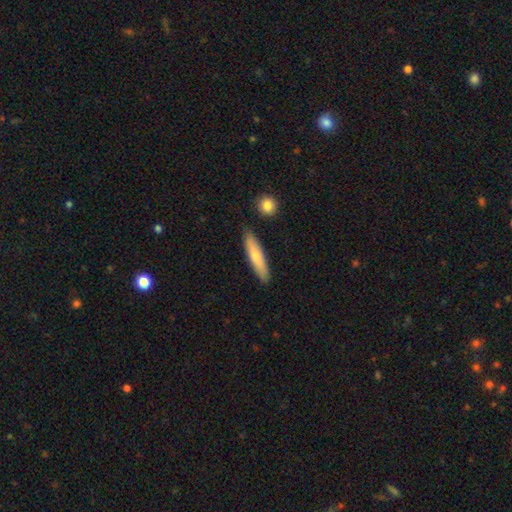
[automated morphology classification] smooth 64%, featured or disk 30%, star or artifact 6%. Down the decision tree: how rounded — cigar-shaped (82%); merging — none (88%).